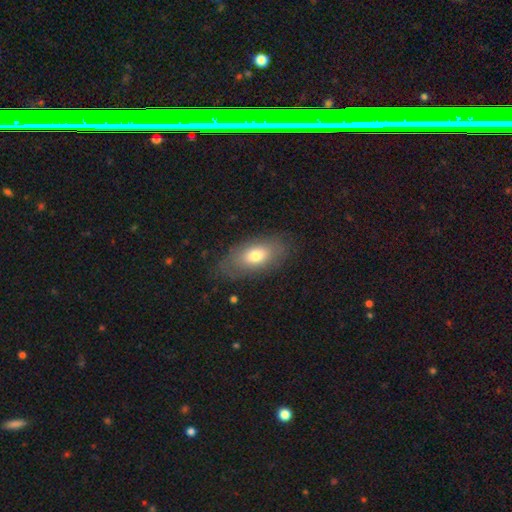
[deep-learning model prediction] Smooth or featured: smooth — 73% (featured or disk — 20%)
How rounded: in between — 89% (round — 6%)
Merging: none — 78% (minor disturbance — 15%)